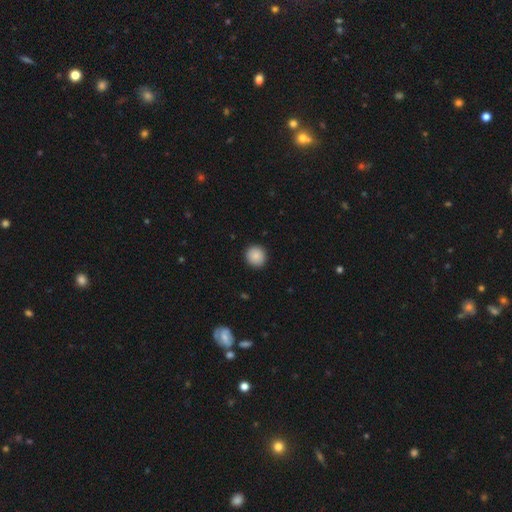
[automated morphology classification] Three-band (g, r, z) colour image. It shows a smooth galaxy with no disk features (88%) that is round (91%). Merging: none (92%).